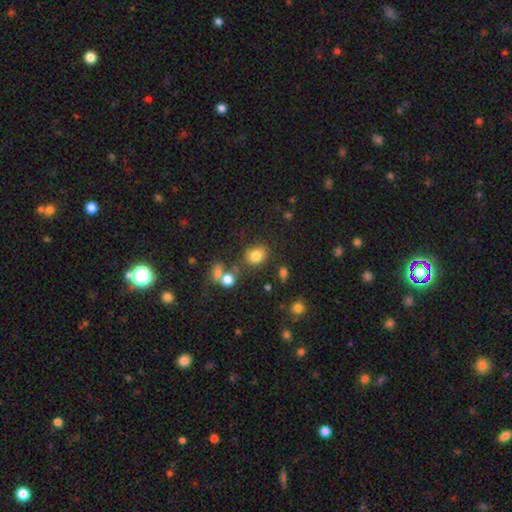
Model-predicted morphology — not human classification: A smooth galaxy with no disk features (80%) that is round (56%).

Vote fractions:
- Smooth or featured? smooth: 80% / star or artifact: 13% / featured or disk: 7%
- How rounded? round: 56% / in between: 43% / cigar-shaped: 1%
- Merging? none: 69% / minor disturbance: 14% / merger: 11% / major disturbance: 6%